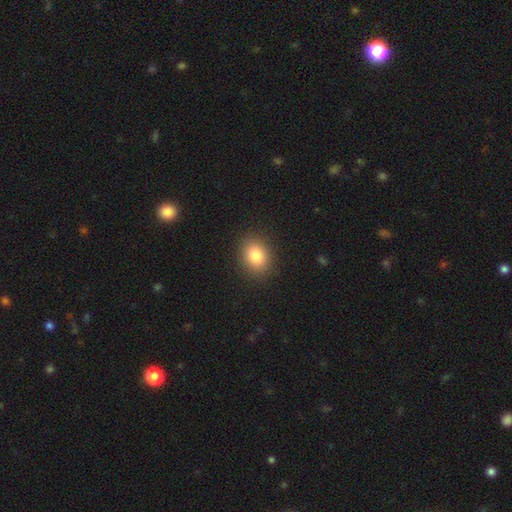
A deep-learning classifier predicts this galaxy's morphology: smooth 84%, star or artifact 9%, featured or disk 6%. Down the decision tree: how rounded — in between (52%); merging — none (89%).